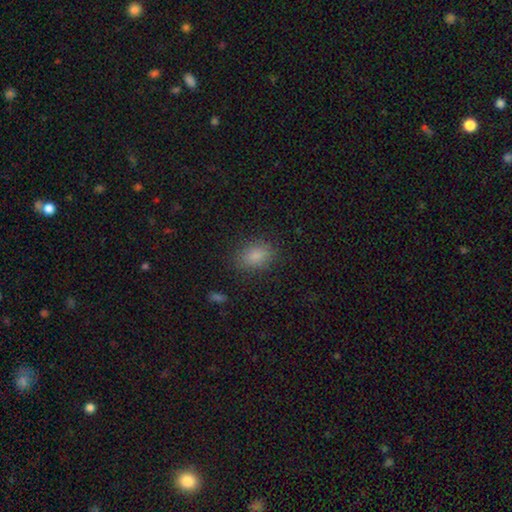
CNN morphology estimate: Smooth or featured?
  - smooth: 85% *
  - star or artifact: 10%
  - featured or disk: 5%
How rounded?
  - in between: 79% *
  - round: 19%
  - cigar-shaped: 2%
Merging?
  - none: 83% *
  - minor disturbance: 12%
  - major disturbance: 4%
  - merger: 1%